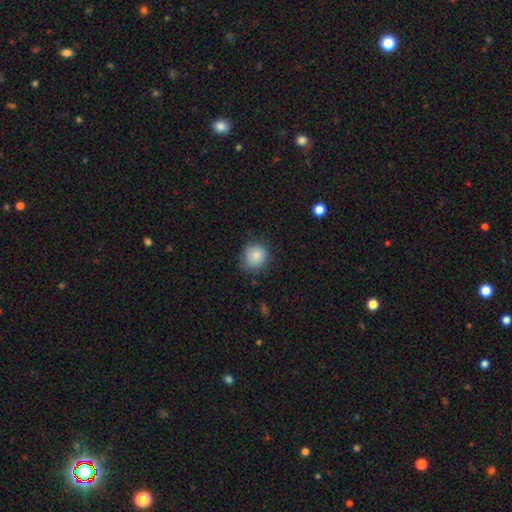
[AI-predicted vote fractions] Smooth or featured?
  - smooth: 84% *
  - star or artifact: 9%
  - featured or disk: 7%
How rounded?
  - round: 87% *
  - in between: 12%
  - cigar-shaped: 1%
Merging?
  - none: 74% *
  - minor disturbance: 20%
  - major disturbance: 4%
  - merger: 1%